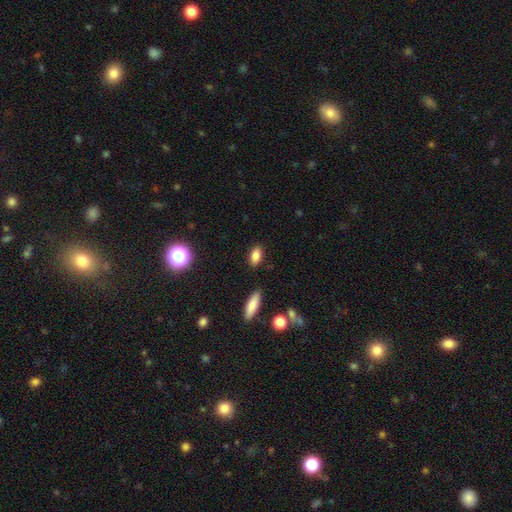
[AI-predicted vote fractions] Smooth or featured? smooth (82%)
How rounded? in between (87%)
Merging? none (86%)